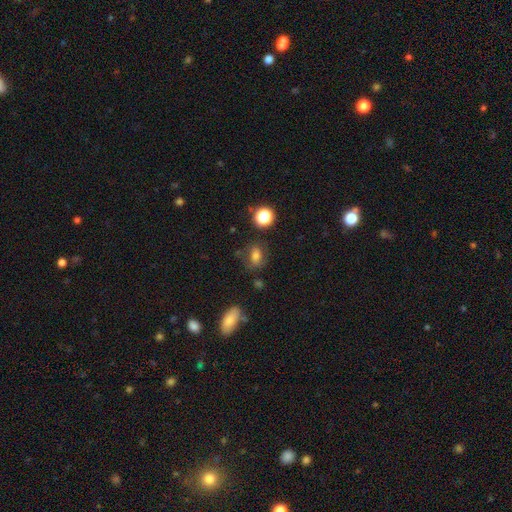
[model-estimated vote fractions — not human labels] Smooth or featured?
  - smooth: 68% *
  - featured or disk: 17%
  - star or artifact: 15%
How rounded?
  - in between: 70% *
  - round: 26%
  - cigar-shaped: 4%
Merging?
  - none: 68% *
  - minor disturbance: 20%
  - major disturbance: 8%
  - merger: 4%